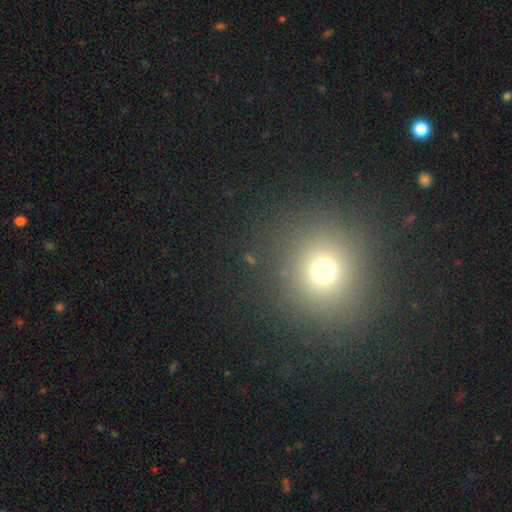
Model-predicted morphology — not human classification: smooth_or_featured: smooth (p=0.66) [alt: star or artifact p=0.27]
how_rounded: round (p=0.91) [alt: in between p=0.08]
merging: none (p=0.90) [alt: minor disturbance p=0.06]